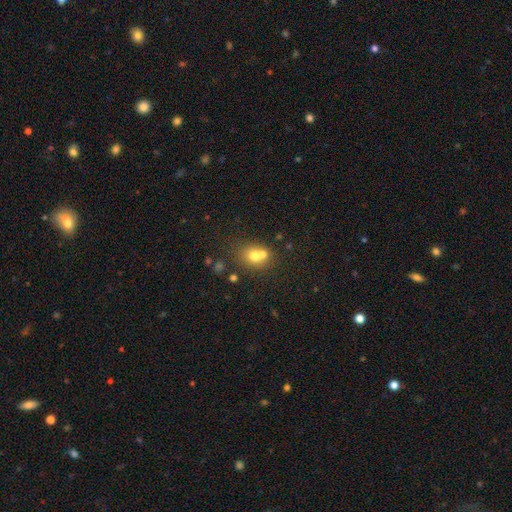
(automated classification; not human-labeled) Q: Smooth or featured?
A: smooth (67%); runner-up: featured or disk (19%)
Q: How rounded?
A: round (66%); runner-up: in between (33%)
Q: Merging?
A: merger (52%); runner-up: none (37%)